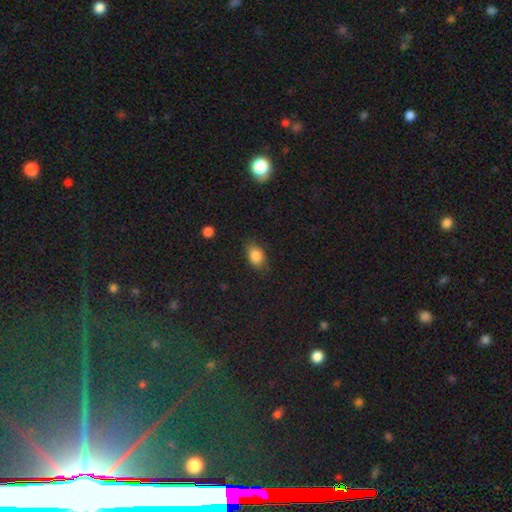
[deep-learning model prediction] A smooth galaxy with no disk features (84%) that is in between round and cigar-shaped (79%). Merging: none (79%).